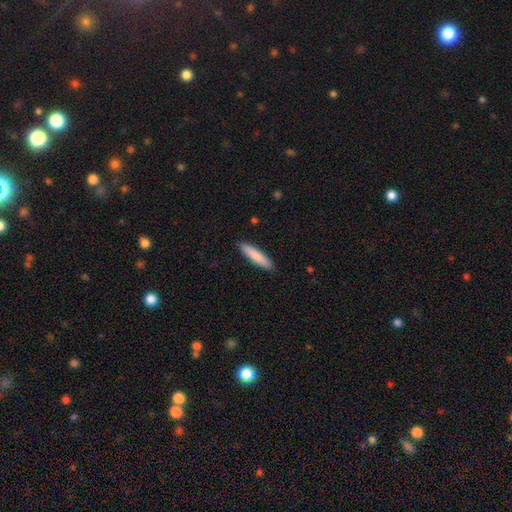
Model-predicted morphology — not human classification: This appears to be a smooth galaxy with no disk features (83%) that is cigar-shaped (85%). Merging: none (91%).